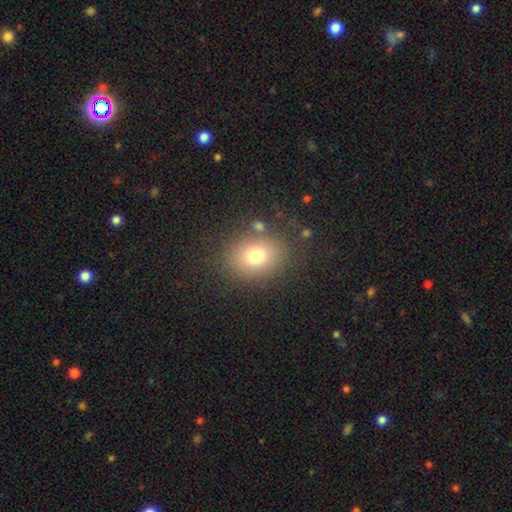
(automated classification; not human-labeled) Smooth or featured? Predicted: smooth (p=0.75). How rounded? Predicted: in between (p=0.50). Merging? Predicted: none (p=0.79).